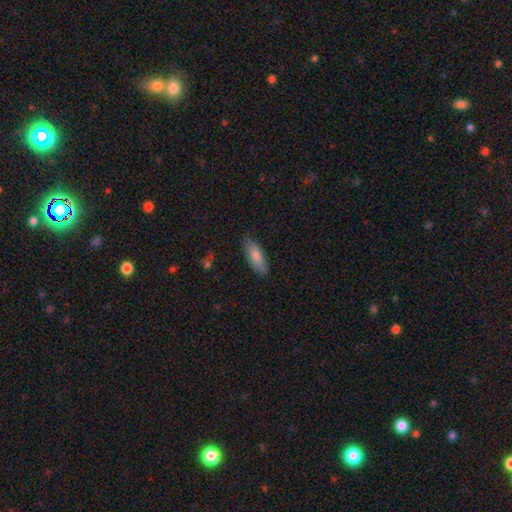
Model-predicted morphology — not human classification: type=smooth (76%); roundness=in between (63%); merging=none (83%).